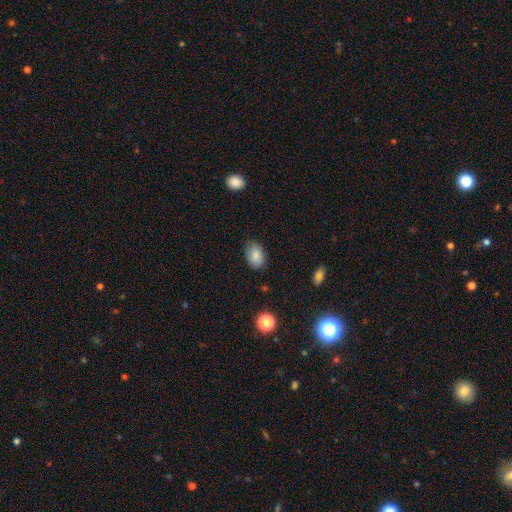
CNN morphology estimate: A smooth galaxy with no disk features (85%) that is in between round and cigar-shaped (83%). Merging: none (75%).